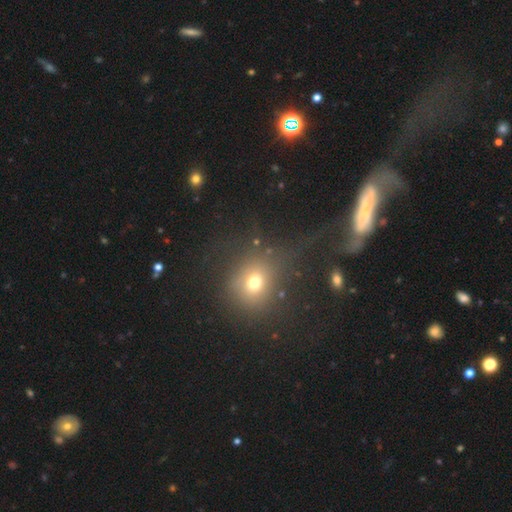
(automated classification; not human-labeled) Smooth or featured?
  - smooth: 47% *
  - star or artifact: 32%
  - featured or disk: 21%
Merging?
  - none: 65% *
  - minor disturbance: 12%
  - merger: 12%
  - major disturbance: 12%